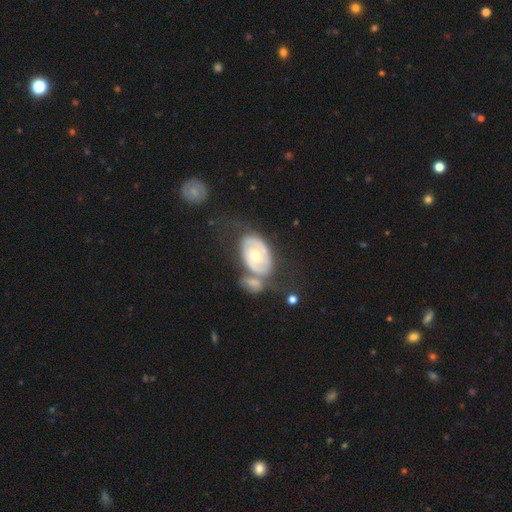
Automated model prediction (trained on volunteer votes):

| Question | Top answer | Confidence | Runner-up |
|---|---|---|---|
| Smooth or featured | featured or disk | 70% | smooth (25%) |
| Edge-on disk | no | 94% | yes (6%) |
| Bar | no | 77% | weak (17%) |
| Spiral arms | yes | 53% | no (47%) |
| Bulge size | moderate | 77% | small (14%) |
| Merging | none | 36% | merger (33%) |